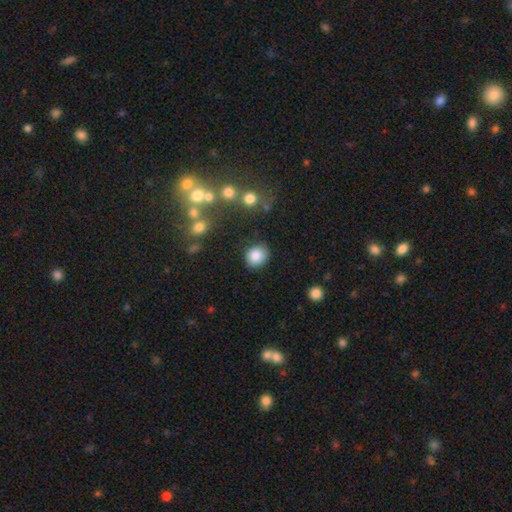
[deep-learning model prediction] Smooth or featured: smooth — 85% (star or artifact — 9%)
How rounded: round — 71% (in between — 28%)
Merging: none — 81% (minor disturbance — 13%)